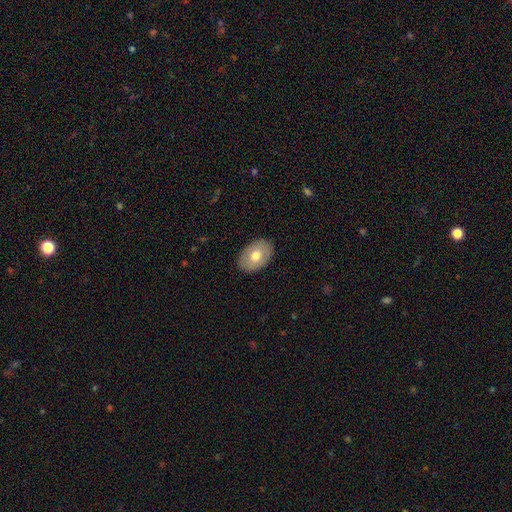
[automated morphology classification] Smooth or featured? Predicted: smooth (p=0.69). How rounded? Predicted: in between (p=0.85). Merging? Predicted: none (p=0.88).